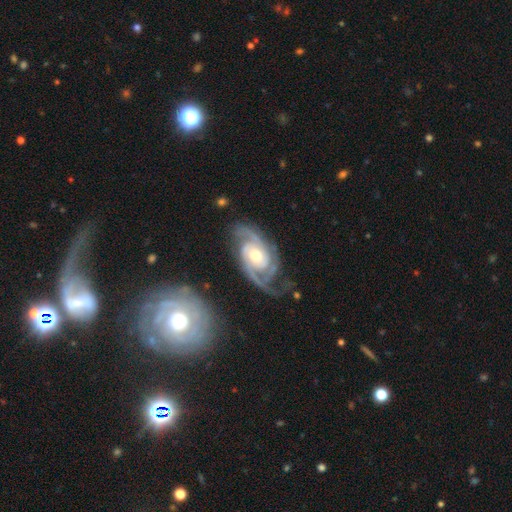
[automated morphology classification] Overall: featured or disk (93%). Edge-on disk: no (97%). Bar: no (66%). Spiral arms: yes (98%). Spiral arm count: 2 (57%; 3 26%). Spiral winding: tight (50%; medium 41%). Bulge size: moderate (72%). Merging: none (68%).